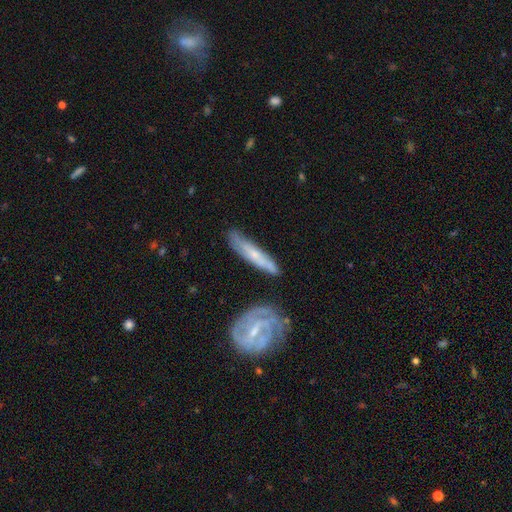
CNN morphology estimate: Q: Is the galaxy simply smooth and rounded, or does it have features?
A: featured or disk — 61%.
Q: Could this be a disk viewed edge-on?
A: yes — 52%.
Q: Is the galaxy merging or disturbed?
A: none — 69%.